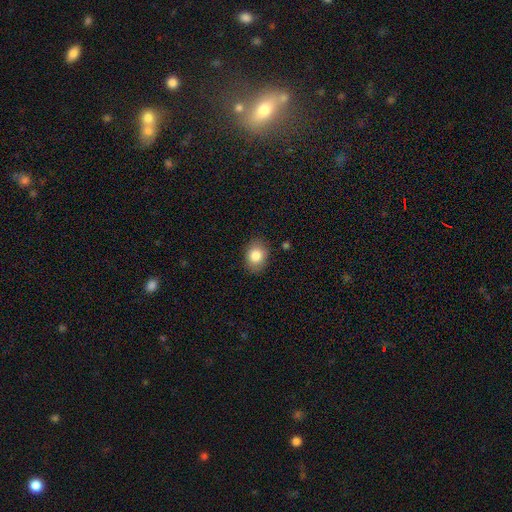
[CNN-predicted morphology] Overall: smooth (82%). How rounded: in between (65%; round 34%). Merging: none (85%).